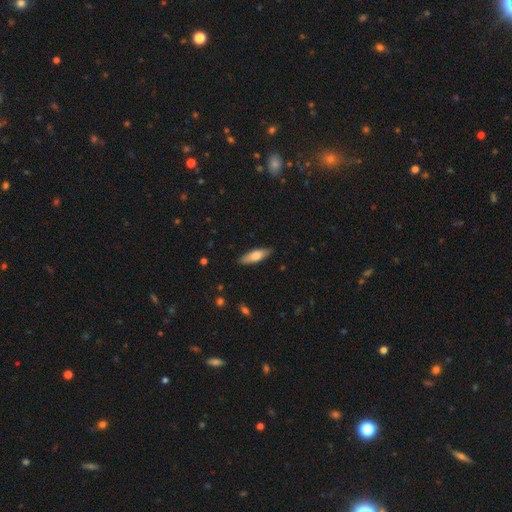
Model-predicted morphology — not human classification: Smooth or featured: smooth — 69% (featured or disk — 25%)
How rounded: in between — 51% (cigar-shaped — 47%)
Merging: none — 86% (minor disturbance — 11%)